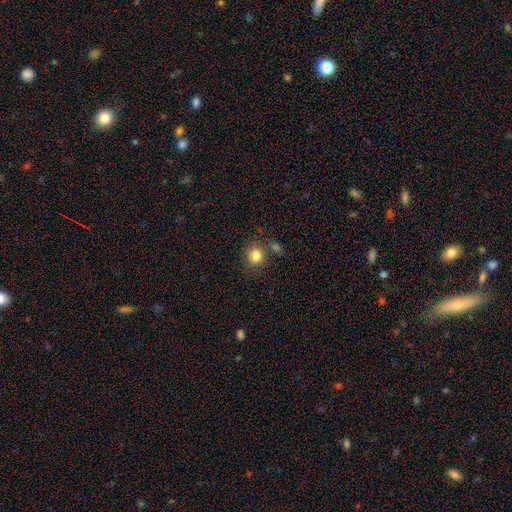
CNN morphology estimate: This is clearly a smooth galaxy (83%). How rounded: clearly round (86%). Merging: likely none (75%).